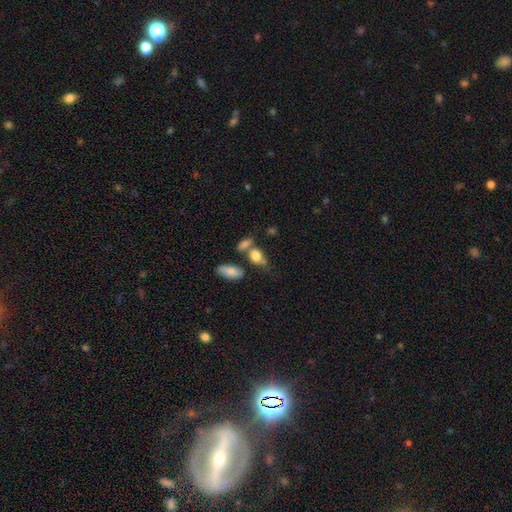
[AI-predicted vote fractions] This is likely a smooth galaxy (77%). How rounded: likely in between (70%). Merging: marginally none (42%).